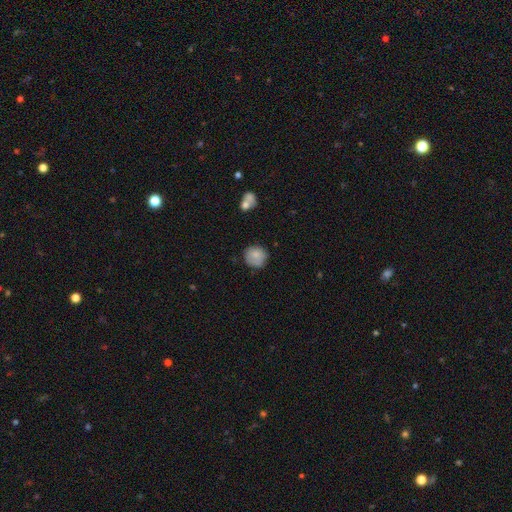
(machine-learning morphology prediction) smooth 80%, featured or disk 12%, star or artifact 8%. Down the decision tree: how rounded — round (90%); merging — none (75%).